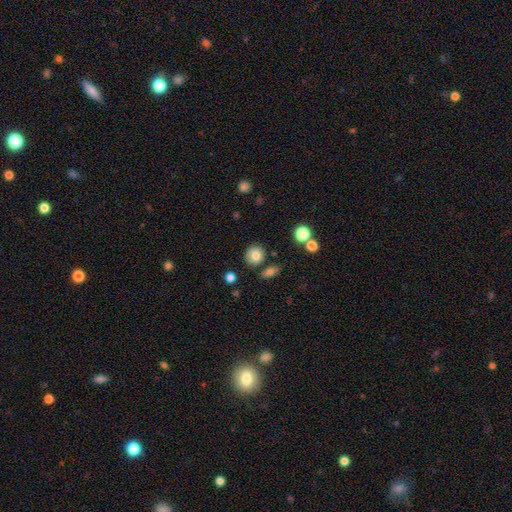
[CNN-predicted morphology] type=smooth (80%); roundness=round (80%); merging=none (78%).